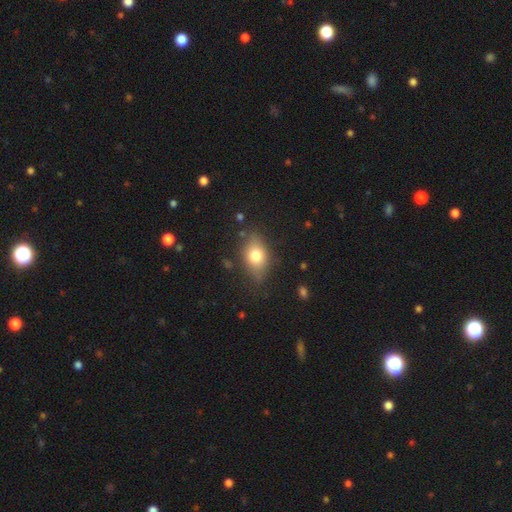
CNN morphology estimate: The model was most divided on "merging": none: 75%, minor disturbance: 18%, major disturbance: 5%, merger: 2%. More confident: how rounded — in between (78%); smooth or featured — smooth (74%).